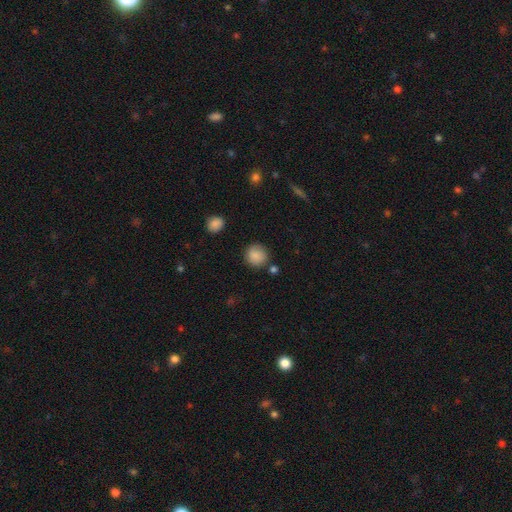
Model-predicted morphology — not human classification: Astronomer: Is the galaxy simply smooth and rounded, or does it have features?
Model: smooth — 87%.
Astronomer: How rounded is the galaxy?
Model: round — 89%.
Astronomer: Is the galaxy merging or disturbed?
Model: none — 80%.